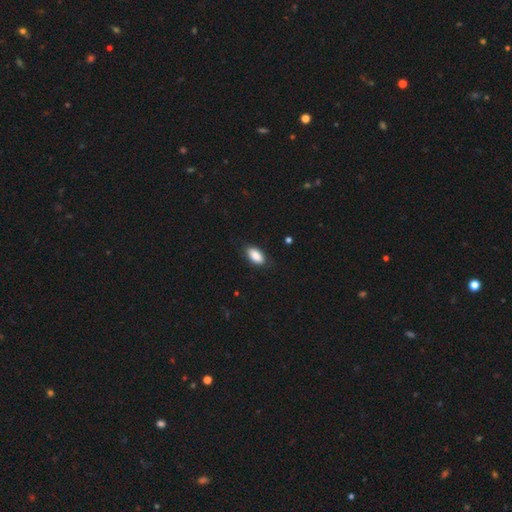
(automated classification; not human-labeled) Overall: smooth (88%). How rounded: in between (92%). Merging: none (83%).